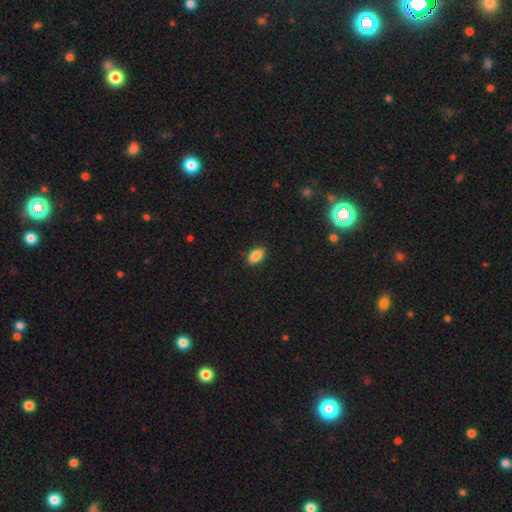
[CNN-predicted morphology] smooth-or-featured: smooth: 87% | star or artifact: 8% | featured or disk: 5%
  how-rounded: in between: 91% | round: 7% | cigar-shaped: 2%
  merging: none: 88% | minor disturbance: 9% | major disturbance: 2% | merger: 1%